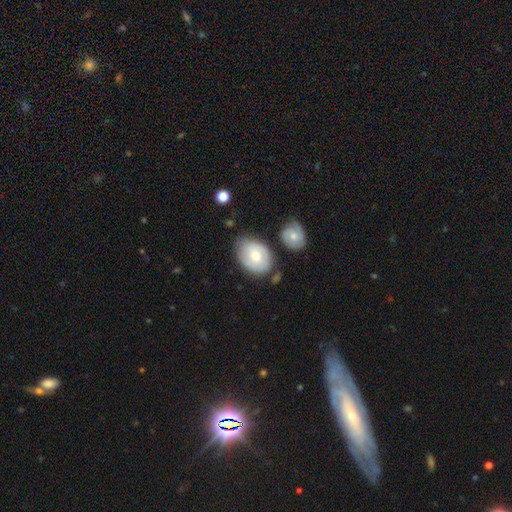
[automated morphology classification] Smooth or featured: smooth — 55% (featured or disk — 39%)
How rounded: in between — 68% (round — 31%)
Merging: none — 64% (minor disturbance — 22%)